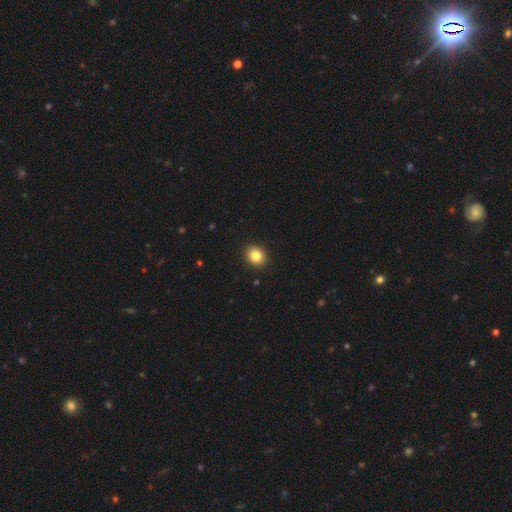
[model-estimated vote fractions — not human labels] This is clearly a smooth galaxy (83%). How rounded: likely round (73%). Merging: clearly none (92%).